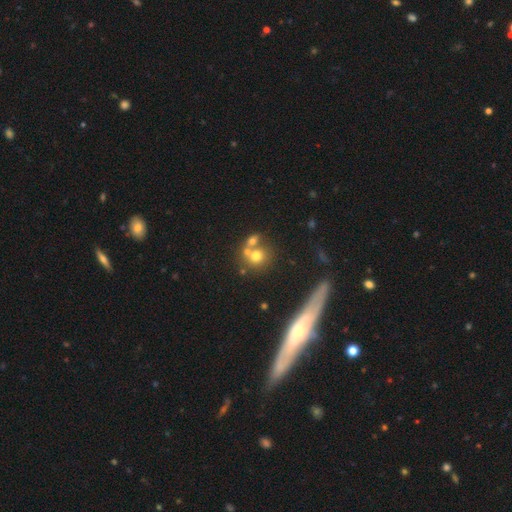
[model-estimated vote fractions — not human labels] Morphology: type=smooth (64%); roundness=round (82%); merging=none (45%).